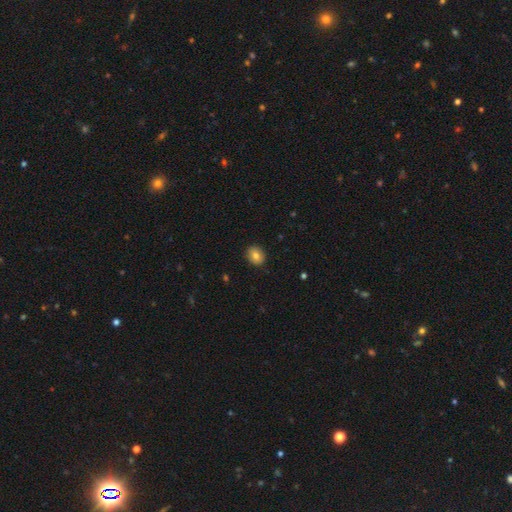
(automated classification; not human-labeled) Smooth or featured? Predicted: smooth (p=0.80). How rounded? Predicted: round (p=0.60). Merging? Predicted: none (p=0.89).